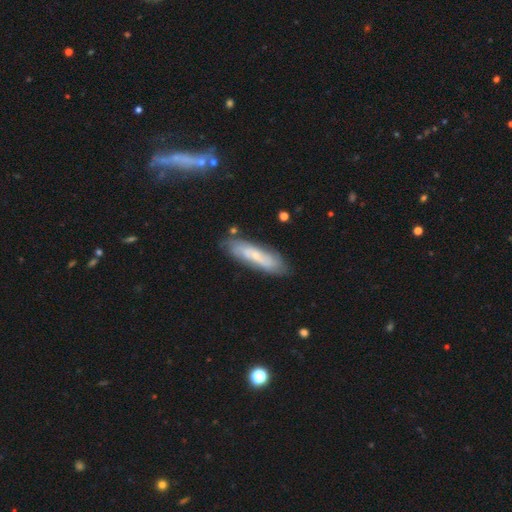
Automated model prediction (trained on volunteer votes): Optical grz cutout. It shows a featured or disk galaxy (56%). Merging: none (77%).